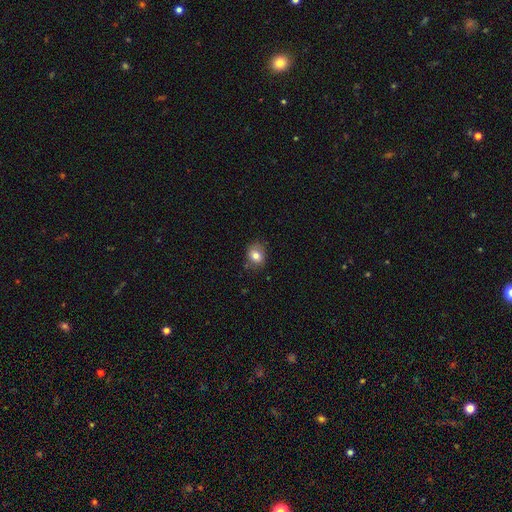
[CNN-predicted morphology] This appears to be a smooth galaxy with no disk features (79%) that is round (56%). Merging: none (76%).